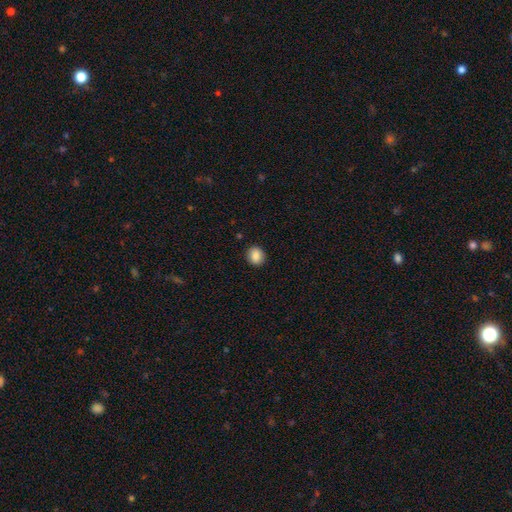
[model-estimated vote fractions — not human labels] Q: Smooth or featured?
A: smooth (87%); runner-up: star or artifact (9%)
Q: How rounded?
A: round (70%); runner-up: in between (29%)
Q: Merging?
A: none (90%); runner-up: minor disturbance (7%)